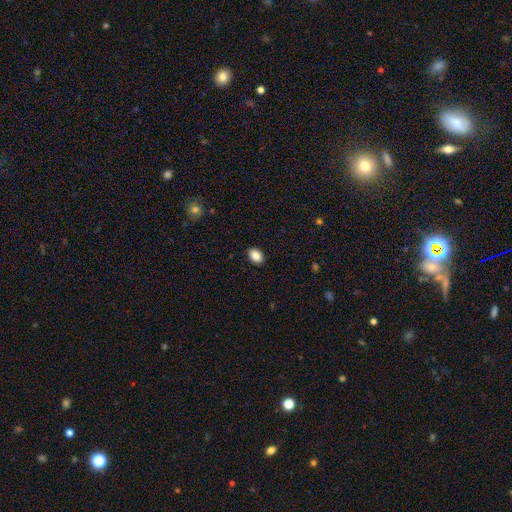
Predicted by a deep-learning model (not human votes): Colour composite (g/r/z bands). It shows a smooth galaxy with no disk features (87%) that is in between round and cigar-shaped (80%). Merging: none (90%).